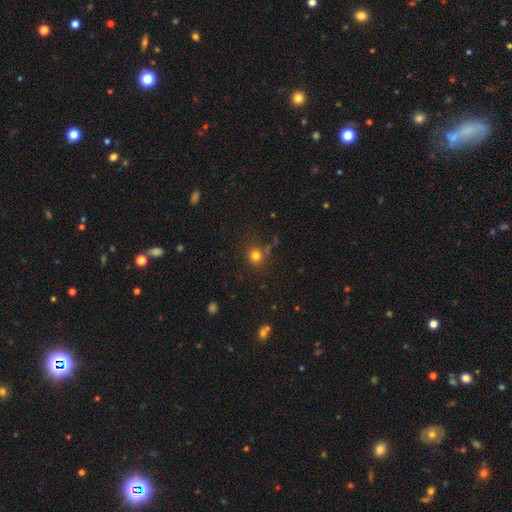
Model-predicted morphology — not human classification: Smooth or featured: smooth — 78% (star or artifact — 15%)
How rounded: round — 87% (in between — 13%)
Merging: none — 77% (minor disturbance — 12%)